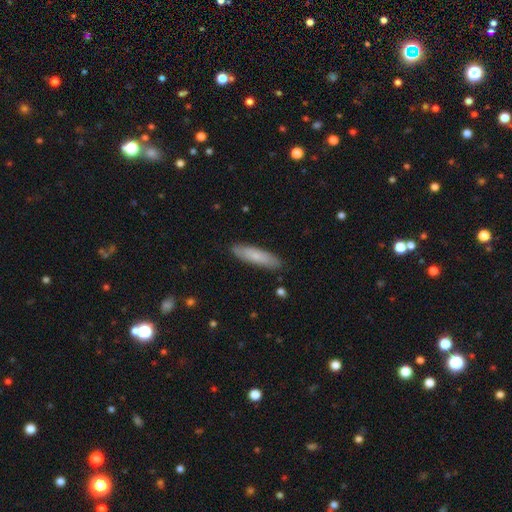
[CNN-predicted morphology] Smooth or featured: smooth — 74% (featured or disk — 21%)
How rounded: cigar-shaped — 76% (in between — 23%)
Merging: none — 88% (minor disturbance — 10%)